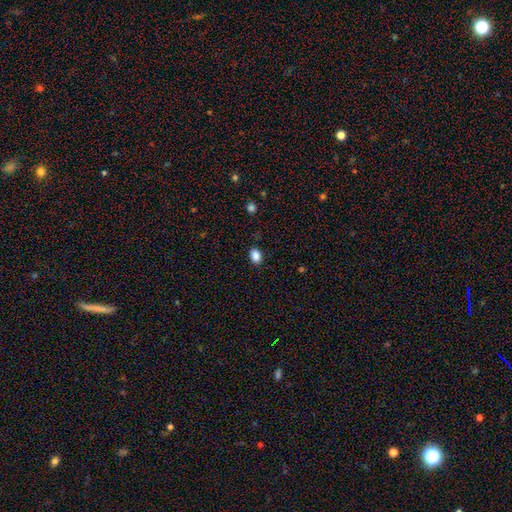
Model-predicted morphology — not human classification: A smooth galaxy with no disk features (87%) that is in between round and cigar-shaped (78%). Merging: none (88%).